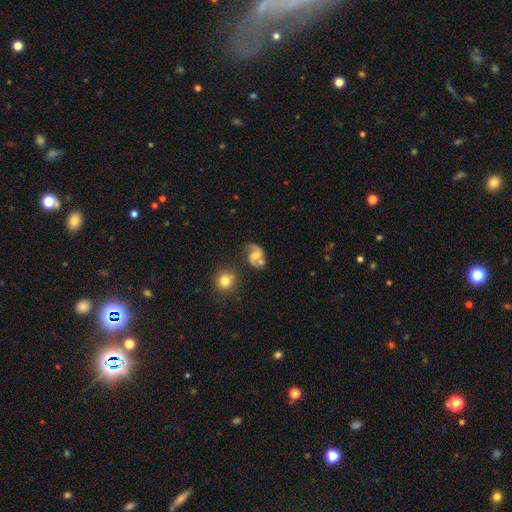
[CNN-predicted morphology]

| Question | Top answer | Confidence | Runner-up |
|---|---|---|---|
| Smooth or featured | featured or disk | 80% | smooth (13%) |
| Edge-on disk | no | 98% | yes (2%) |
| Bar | no | 48% | weak (41%) |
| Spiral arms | yes | 94% | no (6%) |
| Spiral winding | medium | 45% | loose (44%) |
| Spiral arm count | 2 | 90% | 1 (4%) |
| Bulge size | moderate | 62% | small (26%) |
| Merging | none | 59% | minor disturbance (17%) |